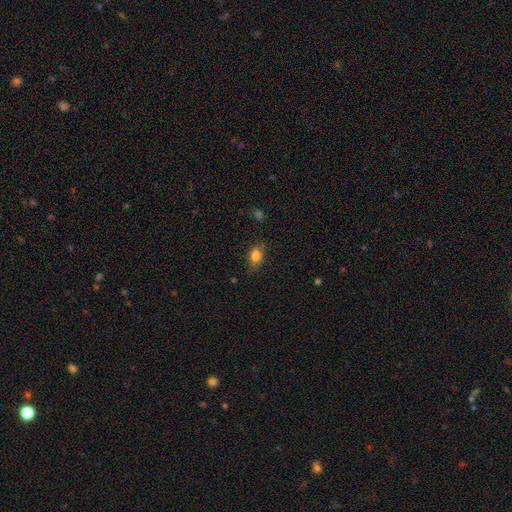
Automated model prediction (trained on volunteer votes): Overall: smooth (82%). How rounded: in between (71%). Merging: none (69%).